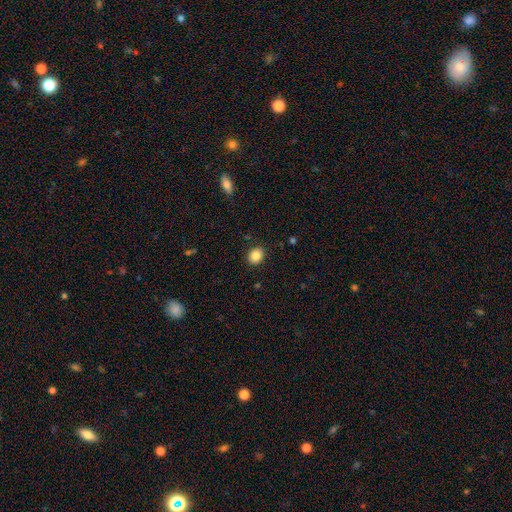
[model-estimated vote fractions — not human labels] smooth-or-featured: smooth: 85% | star or artifact: 9% | featured or disk: 5%
  how-rounded: round: 64% | in between: 35% | cigar-shaped: 1%
  merging: none: 90% | minor disturbance: 7% | major disturbance: 2% | merger: 1%